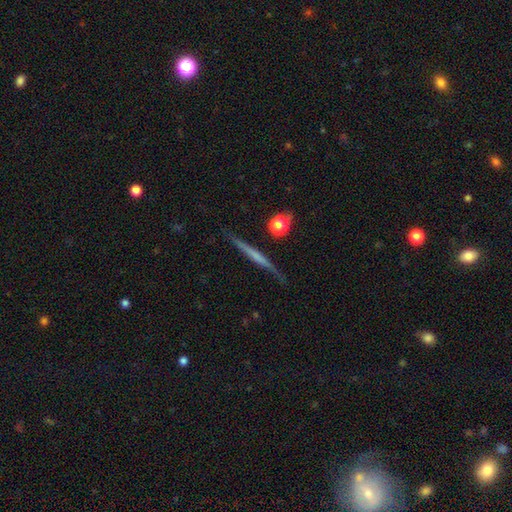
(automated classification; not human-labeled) smooth_or_featured: featured or disk (p=0.61) [alt: smooth p=0.32]
disk_edge_on: yes (p=0.96) [alt: no p=0.04]
edge_on_bulge: none (p=0.72) [alt: rounded p=0.17]
merging: none (p=0.84) [alt: minor disturbance p=0.11]